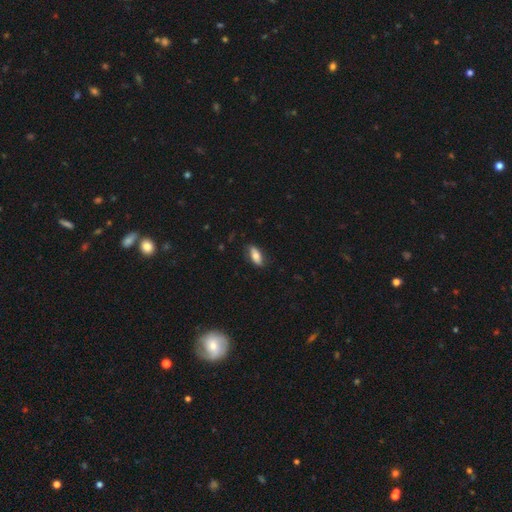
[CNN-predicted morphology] Smooth or featured?
  - smooth: 73% *
  - featured or disk: 20%
  - star or artifact: 7%
How rounded?
  - in between: 84% *
  - cigar-shaped: 13%
  - round: 3%
Merging?
  - none: 79% *
  - minor disturbance: 16%
  - major disturbance: 3%
  - merger: 1%